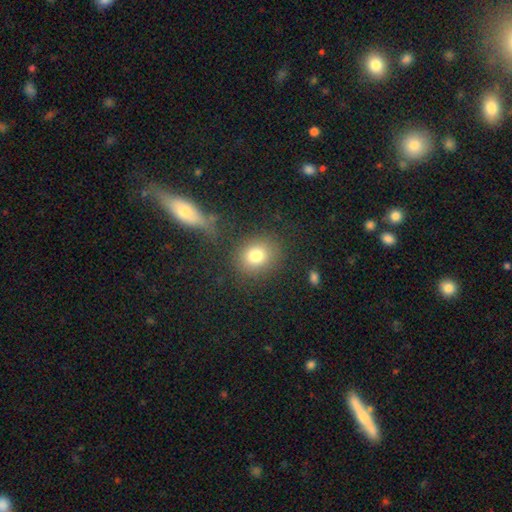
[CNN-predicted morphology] smooth_or_featured: smooth (p=0.79) [alt: star or artifact p=0.12]
how_rounded: round (p=0.72) [alt: in between p=0.26]
merging: none (p=0.80) [alt: minor disturbance p=0.10]